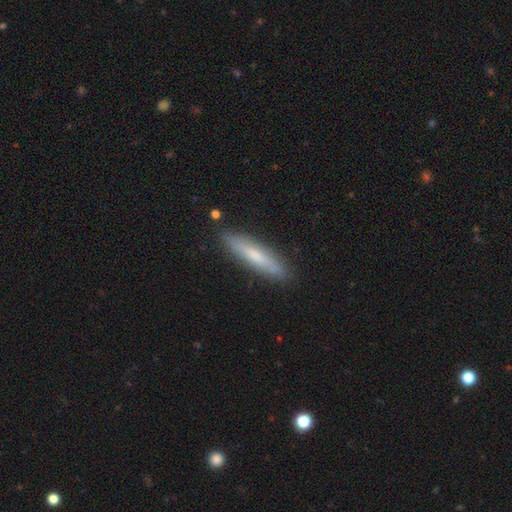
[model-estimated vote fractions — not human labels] Smooth or featured: smooth — 63% (featured or disk — 31%)
How rounded: cigar-shaped — 88% (in between — 11%)
Merging: none — 88% (minor disturbance — 9%)